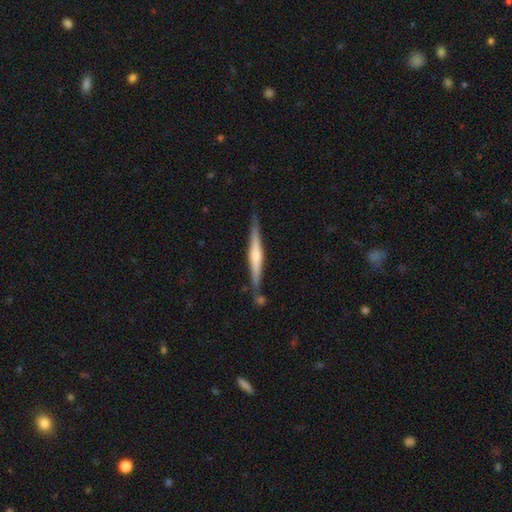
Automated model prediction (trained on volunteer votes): This appears to be a featured or disk galaxy (62%) viewed edge-on (97%) with a rounded central bulge (66%). Merging: none (81%).